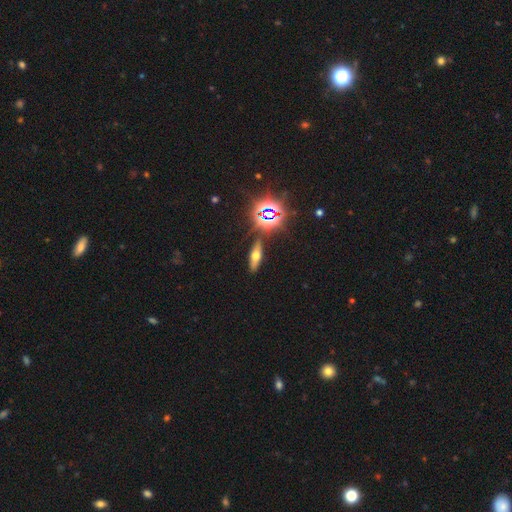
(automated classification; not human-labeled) smooth-or-featured: smooth: 39% | featured or disk: 37% | star or artifact: 24%
  merging: none: 86% | minor disturbance: 9% | major disturbance: 3% | merger: 3%